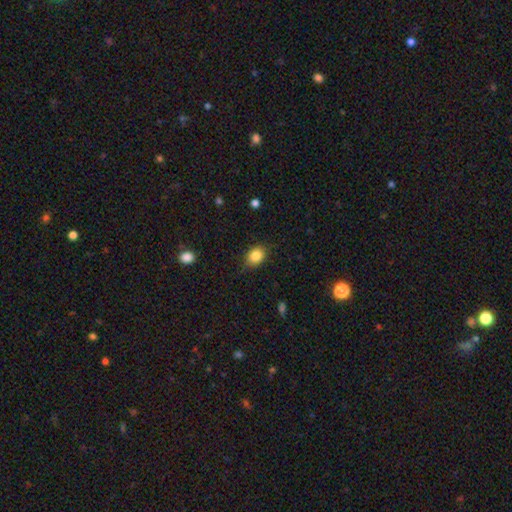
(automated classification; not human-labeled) Overall: smooth (84%). How rounded: in between (56%; round 43%). Merging: none (81%).